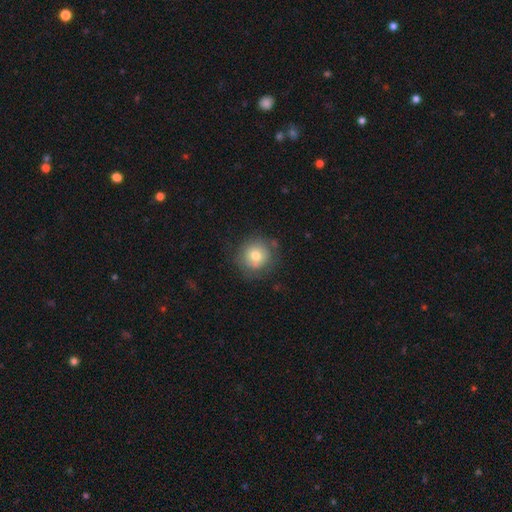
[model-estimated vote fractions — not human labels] Smooth or featured?
  - smooth: 70% *
  - featured or disk: 21%
  - star or artifact: 10%
How rounded?
  - round: 92% *
  - in between: 7%
  - cigar-shaped: 1%
Merging?
  - none: 76% *
  - minor disturbance: 15%
  - major disturbance: 6%
  - merger: 2%